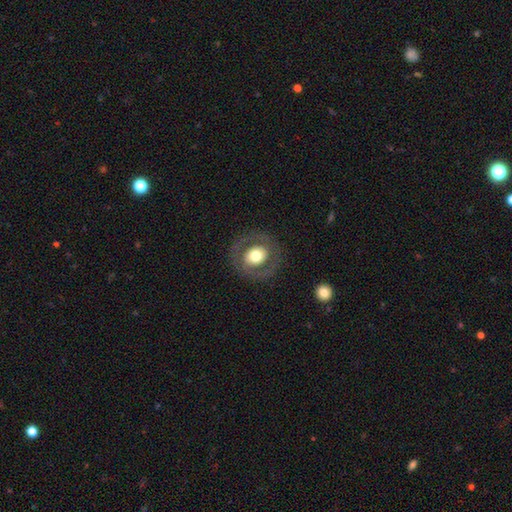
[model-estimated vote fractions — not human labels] A featured or disk galaxy (49%). Merging: none (82%).